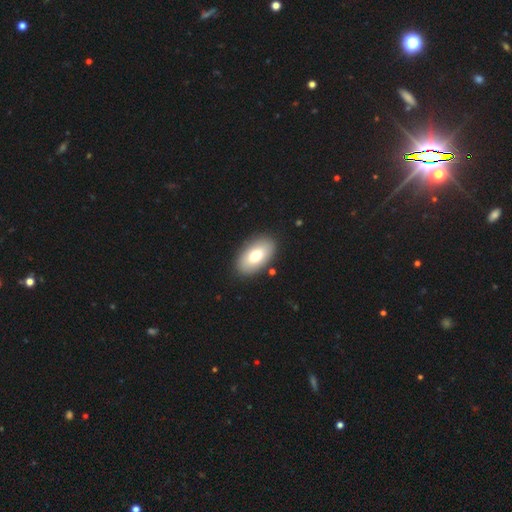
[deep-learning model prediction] Smooth or featured? smooth (75%)
How rounded? in between (94%)
Merging? none (88%)